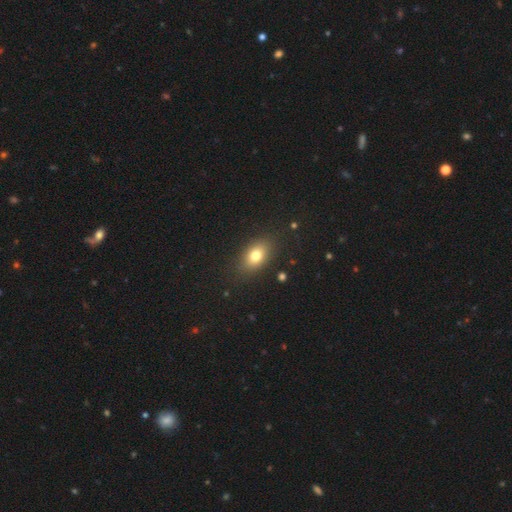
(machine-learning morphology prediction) Smooth or featured? Predicted: smooth (p=0.77). How rounded? Predicted: in between (p=0.82). Merging? Predicted: none (p=0.85).